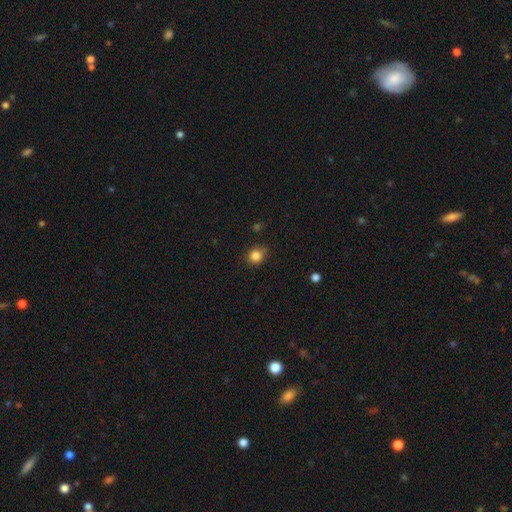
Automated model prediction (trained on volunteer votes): Overall: smooth (84%). How rounded: round (82%). Merging: none (79%).